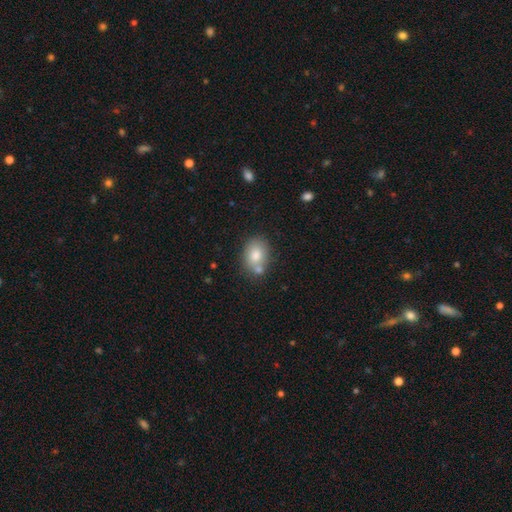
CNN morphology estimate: Smooth or featured: smooth — 79% (featured or disk — 13%)
How rounded: in between — 69% (round — 30%)
Merging: none — 62% (merger — 19%)